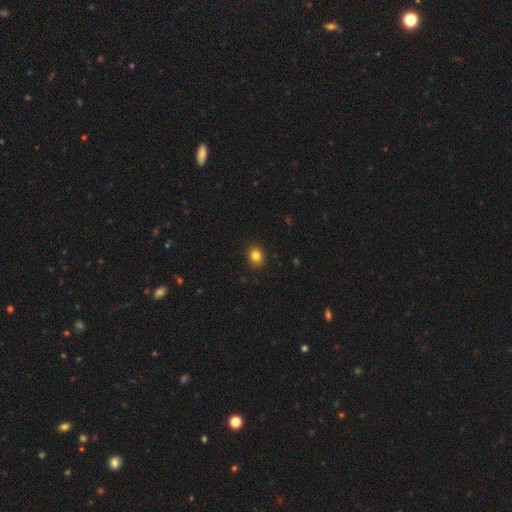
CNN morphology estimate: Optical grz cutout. It shows a smooth galaxy with no disk features (83%) that is round (64%). Merging: none (90%).